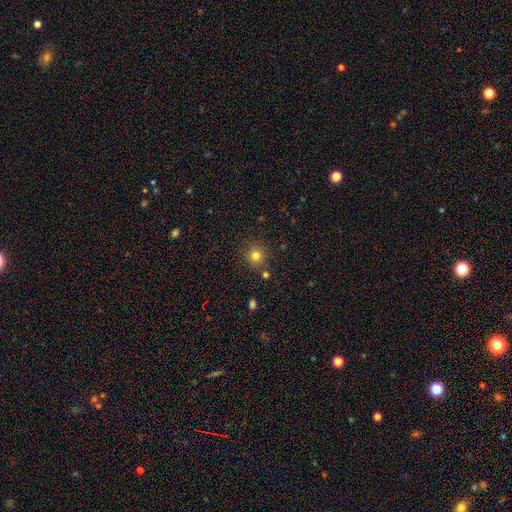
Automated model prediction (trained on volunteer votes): Overall: smooth (79%). How rounded: round (91%). Merging: none (82%).